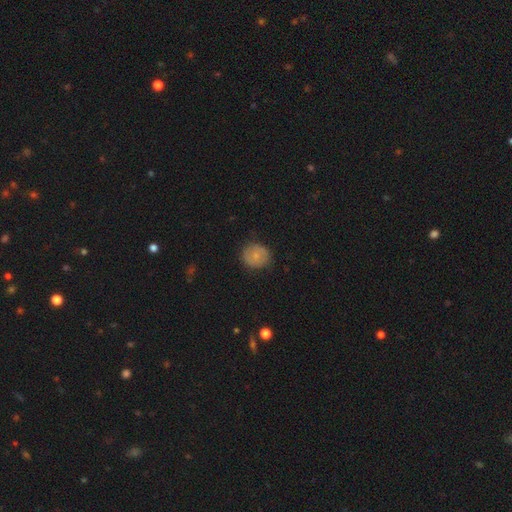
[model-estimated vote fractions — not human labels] smooth 70%, featured or disk 21%, star or artifact 8%. Down the decision tree: how rounded — round (80%); merging — none (79%).